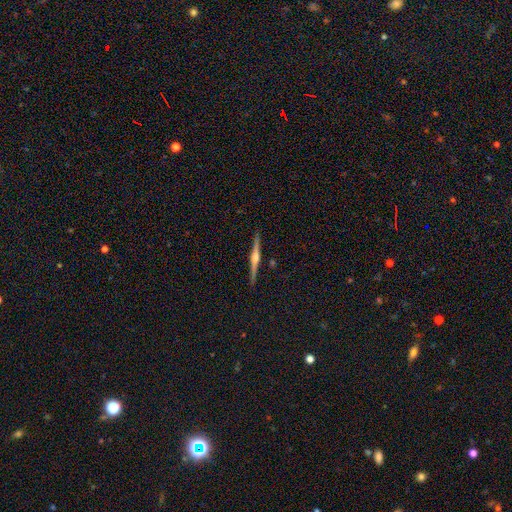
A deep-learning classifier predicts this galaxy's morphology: This appears to be a featured or disk galaxy (83%) viewed edge-on (99%) with a rounded central bulge (86%). Merging: none (92%).